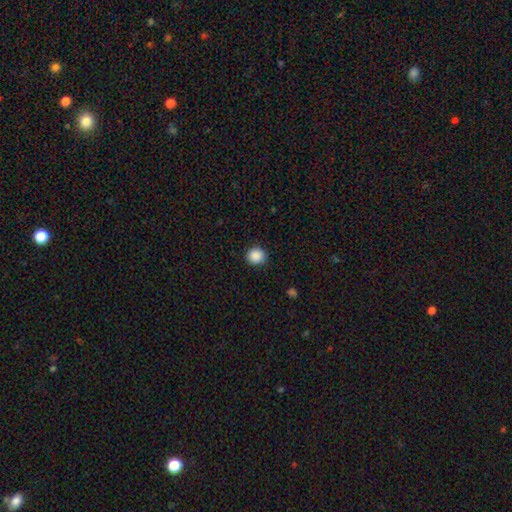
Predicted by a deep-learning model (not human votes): A smooth galaxy with no disk features (89%) that is round (87%).

Vote fractions:
- Smooth or featured? smooth: 89% / star or artifact: 9% / featured or disk: 2%
- How rounded? round: 87% / in between: 12% / cigar-shaped: 1%
- Merging? none: 90% / minor disturbance: 7% / major disturbance: 2% / merger: 1%